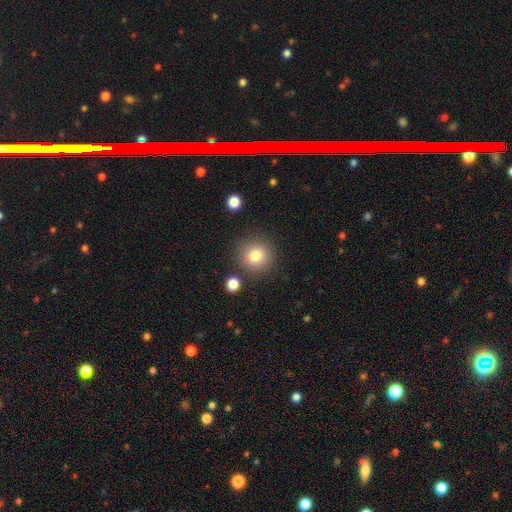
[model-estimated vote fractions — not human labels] smooth-or-featured: smooth: 80% | star or artifact: 11% | featured or disk: 9%
  how-rounded: round: 93% | in between: 6% | cigar-shaped: 1%
  merging: none: 84% | minor disturbance: 8% | merger: 5% | major disturbance: 3%